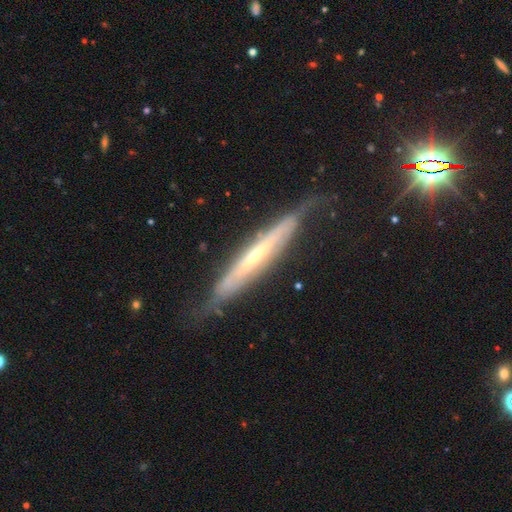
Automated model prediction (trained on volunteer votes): smooth_or_featured: featured or disk (p=0.76) [alt: smooth p=0.18]
disk_edge_on: yes (p=0.78) [alt: no p=0.22]
edge_on_bulge: rounded (p=0.53) [alt: none p=0.40]
merging: none (p=0.65) [alt: minor disturbance p=0.24]